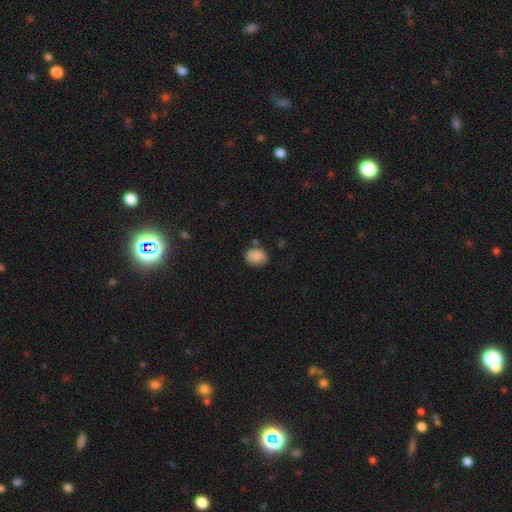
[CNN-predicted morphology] Smooth or featured: smooth — 87% (star or artifact — 9%)
How rounded: in between — 61% (round — 38%)
Merging: none — 72% (minor disturbance — 18%)